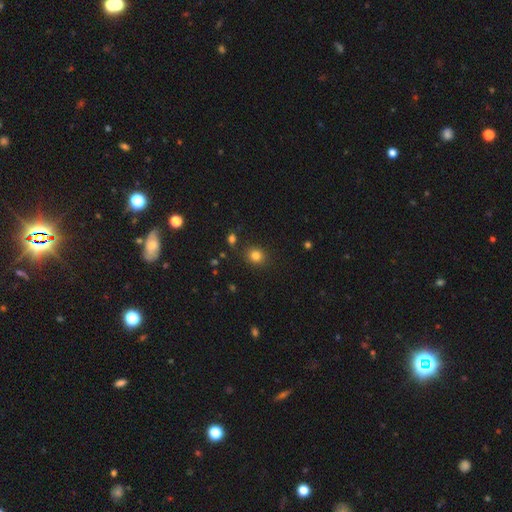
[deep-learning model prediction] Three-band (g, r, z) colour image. It shows a smooth galaxy with no disk features (81%) that is round (80%). Merging: none (86%).